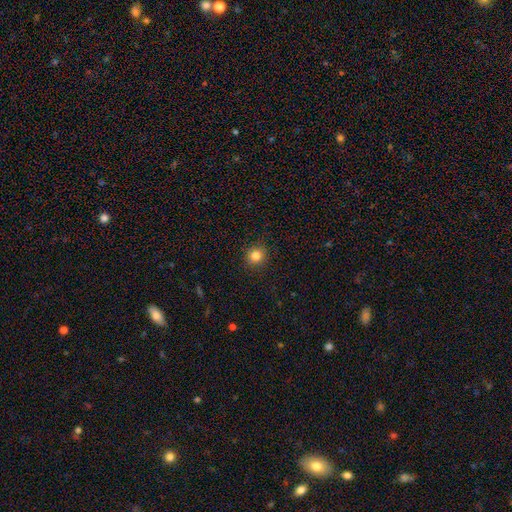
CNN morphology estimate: Q: Smooth or featured?
A: smooth (83%); runner-up: star or artifact (12%)
Q: How rounded?
A: round (91%); runner-up: in between (8%)
Q: Merging?
A: none (91%); runner-up: minor disturbance (6%)